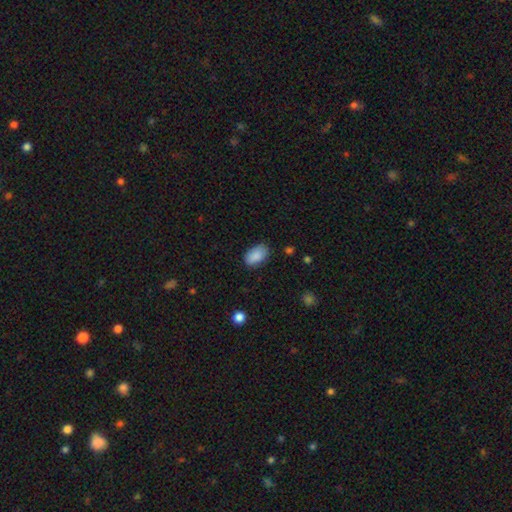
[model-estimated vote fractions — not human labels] Q: Smooth or featured?
A: smooth (89%); runner-up: star or artifact (7%)
Q: How rounded?
A: in between (92%); runner-up: round (6%)
Q: Merging?
A: none (80%); runner-up: minor disturbance (16%)